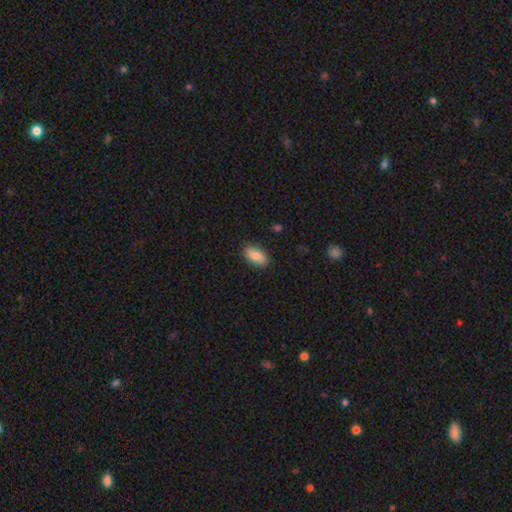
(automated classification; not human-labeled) Smooth or featured? smooth (86%)
How rounded? in between (92%)
Merging? none (87%)